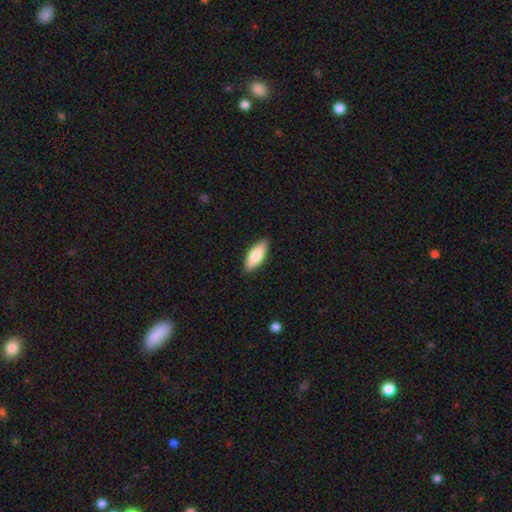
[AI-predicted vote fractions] smooth-or-featured: smooth: 80% | featured or disk: 14% | star or artifact: 6%
  how-rounded: in between: 74% | cigar-shaped: 24% | round: 2%
  merging: none: 88% | minor disturbance: 10% | major disturbance: 2% | merger: 1%